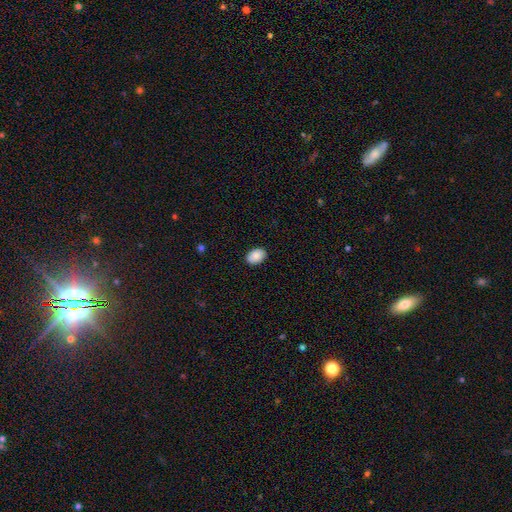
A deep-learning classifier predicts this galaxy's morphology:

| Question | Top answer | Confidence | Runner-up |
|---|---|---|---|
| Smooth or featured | smooth | 88% | star or artifact (7%) |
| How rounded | in between | 85% | round (14%) |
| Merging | none | 89% | minor disturbance (9%) |